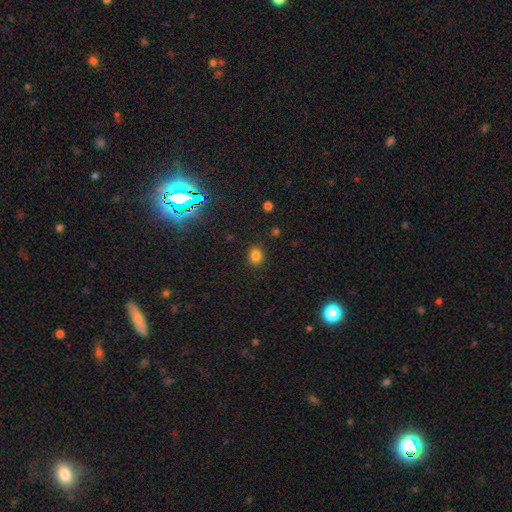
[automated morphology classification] A smooth galaxy with no disk features (81%) that is round (61%). Merging: none (88%).